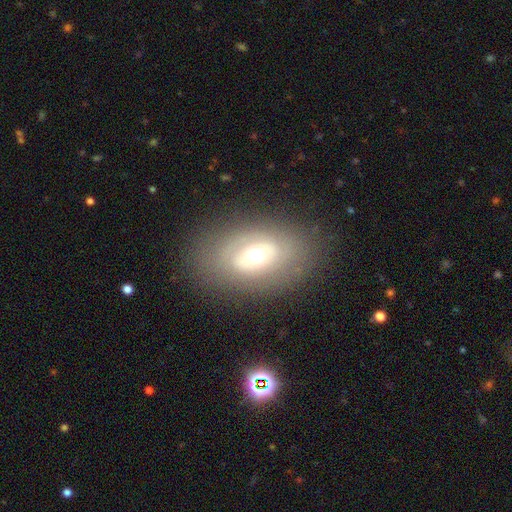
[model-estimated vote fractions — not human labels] Morphology: type=featured or disk (52%); edge-on=no (89%); merging=none (80%).